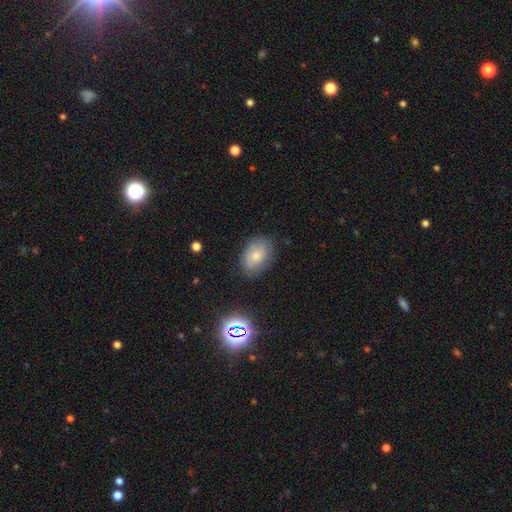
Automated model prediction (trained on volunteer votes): This is likely a smooth galaxy (71%). How rounded: clearly in between (82%). Merging: likely none (78%).